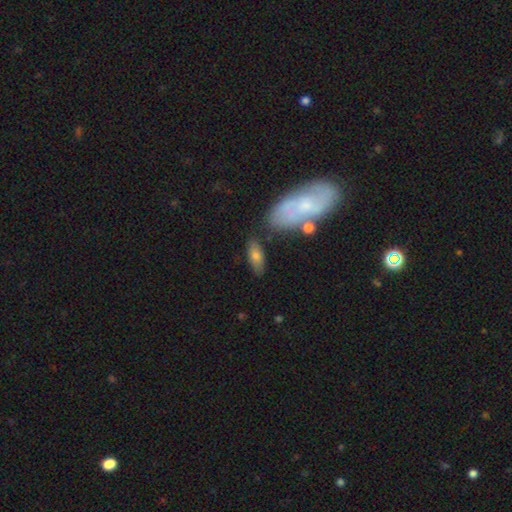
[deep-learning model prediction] Smooth or featured? smooth (71%)
How rounded? in between (76%)
Merging? none (72%)